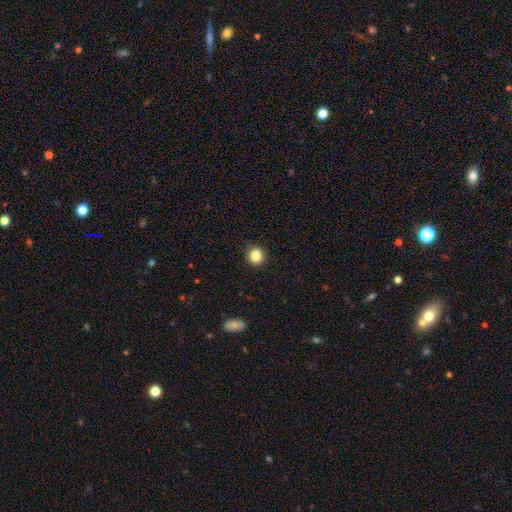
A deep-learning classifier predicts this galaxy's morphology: A smooth galaxy with no disk features (85%) that is round (87%). Merging: none (91%).